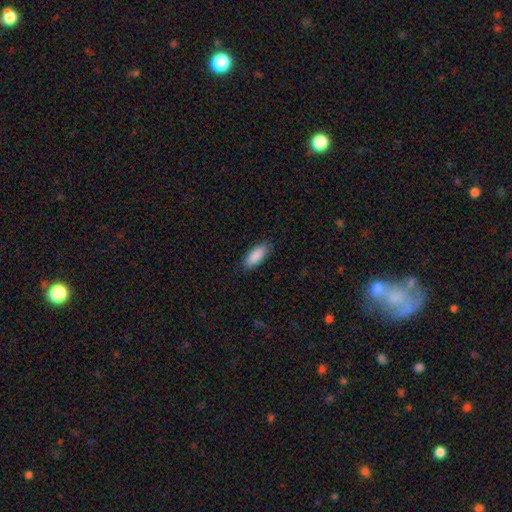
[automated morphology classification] type=smooth (90%); roundness=in between (80%); merging=none (86%).